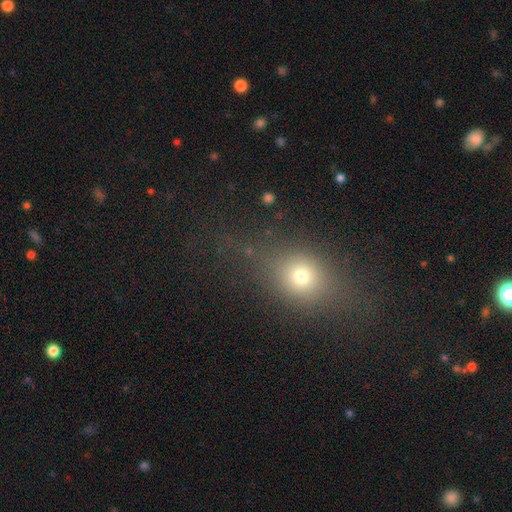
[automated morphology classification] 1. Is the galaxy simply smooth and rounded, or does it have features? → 56% smooth, 25% star or artifact, 19% featured or disk.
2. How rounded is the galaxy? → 50% round, 43% in between, 8% cigar-shaped.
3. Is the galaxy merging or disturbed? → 74% none, 16% minor disturbance, 8% major disturbance, 2% merger.